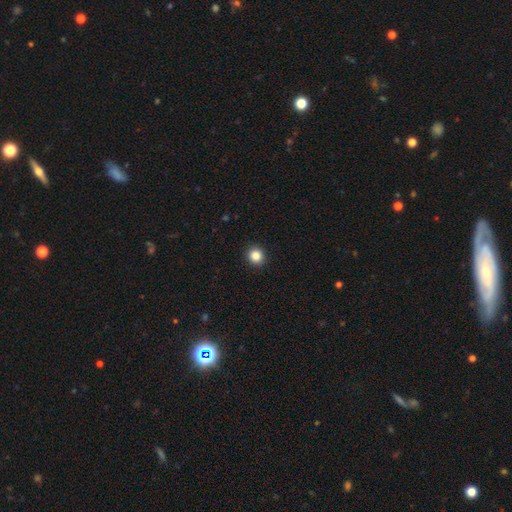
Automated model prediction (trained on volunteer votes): smooth 86%, star or artifact 11%, featured or disk 4%. Down the decision tree: how rounded — round (89%); merging — none (93%).